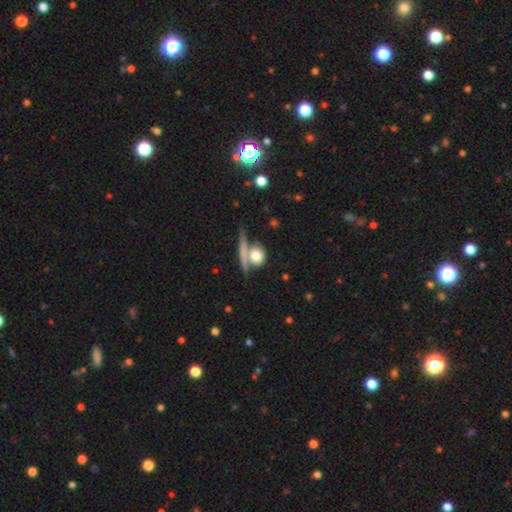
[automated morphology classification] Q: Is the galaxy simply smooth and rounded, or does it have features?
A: smooth — 72%.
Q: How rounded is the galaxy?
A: round — 69%.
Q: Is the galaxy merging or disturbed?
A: none — 52%.